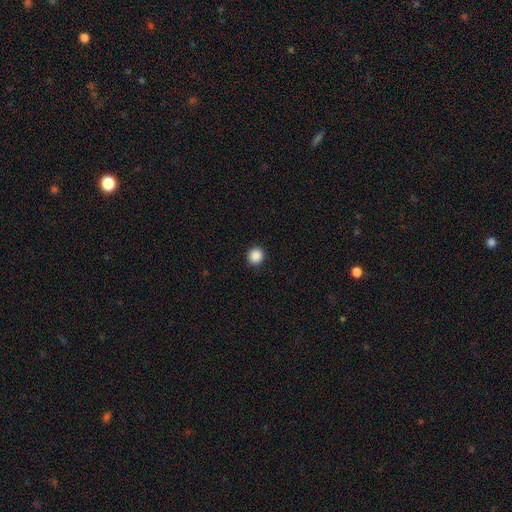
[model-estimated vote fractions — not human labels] Smooth or featured?
  - smooth: 88% *
  - star or artifact: 9%
  - featured or disk: 2%
How rounded?
  - round: 90% *
  - in between: 9%
  - cigar-shaped: 1%
Merging?
  - none: 93% *
  - minor disturbance: 5%
  - major disturbance: 2%
  - merger: 1%